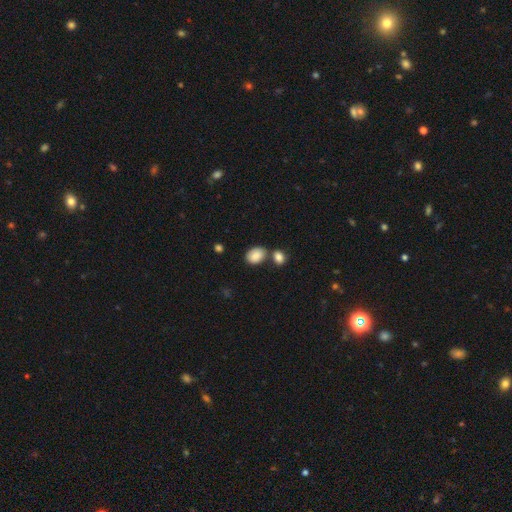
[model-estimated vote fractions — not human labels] Morphology: type=smooth (86%); roundness=in between (74%); merging=none (61%).